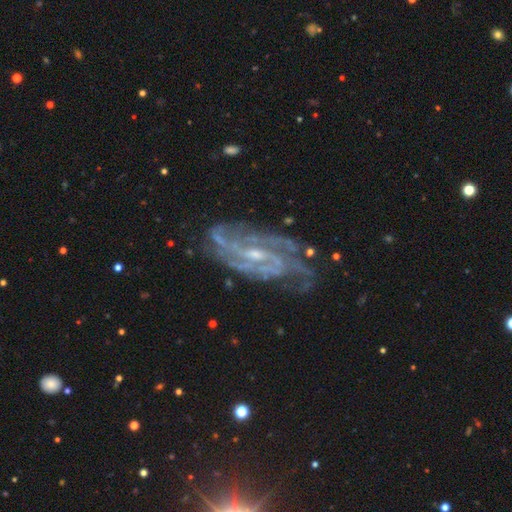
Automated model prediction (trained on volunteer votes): smooth_or_featured: featured or disk (p=0.89) [alt: star or artifact p=0.07]
disk_edge_on: no (p=0.95) [alt: yes p=0.05]
bar: weak (p=0.48) [alt: no p=0.28]
has_spiral_arms: yes (p=0.98) [alt: no p=0.02]
spiral_winding: tight (p=0.52) [alt: medium p=0.39]
spiral_arm_count: 3 (p=0.25) [alt: 2 p=0.22]
bulge_size: small (p=0.66) [alt: moderate p=0.27]
merging: none (p=0.71) [alt: minor disturbance p=0.19]